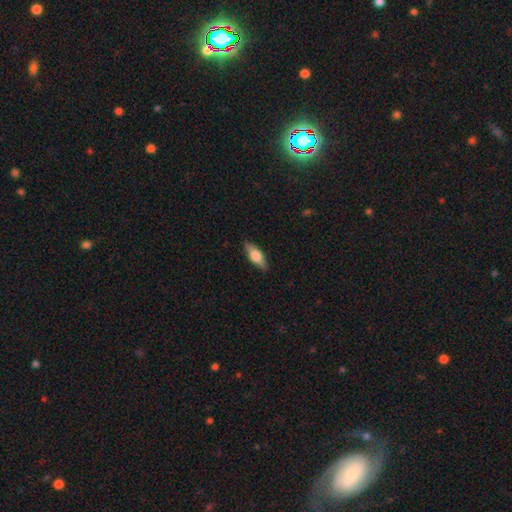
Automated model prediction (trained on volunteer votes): Smooth or featured?
  - smooth: 59% *
  - featured or disk: 35%
  - star or artifact: 6%
How rounded?
  - in between: 63% *
  - cigar-shaped: 34%
  - round: 3%
Merging?
  - none: 87% *
  - minor disturbance: 10%
  - major disturbance: 2%
  - merger: 1%